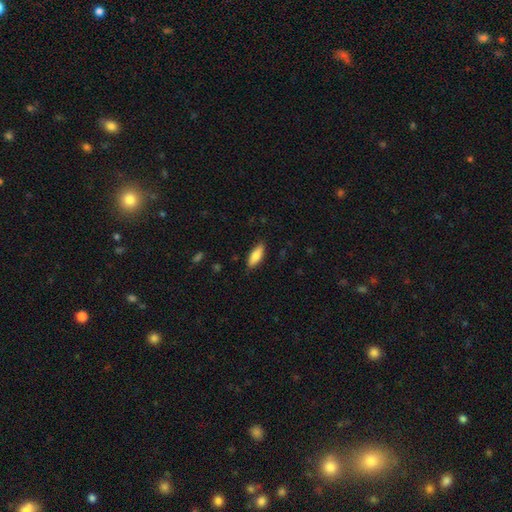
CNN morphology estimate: Smooth or featured?
  - smooth: 82% *
  - featured or disk: 12%
  - star or artifact: 6%
How rounded?
  - in between: 65% *
  - cigar-shaped: 33%
  - round: 2%
Merging?
  - none: 86% *
  - minor disturbance: 11%
  - major disturbance: 2%
  - merger: 1%